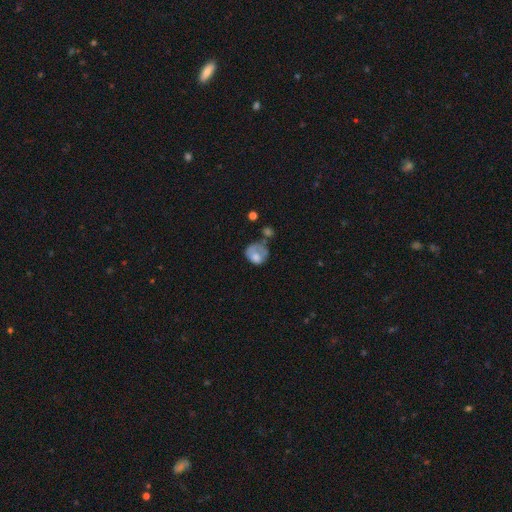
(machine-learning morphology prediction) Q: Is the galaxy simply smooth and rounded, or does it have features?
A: smooth — 61%.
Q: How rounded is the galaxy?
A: round — 54%.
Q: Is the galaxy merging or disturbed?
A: major disturbance — 33%.